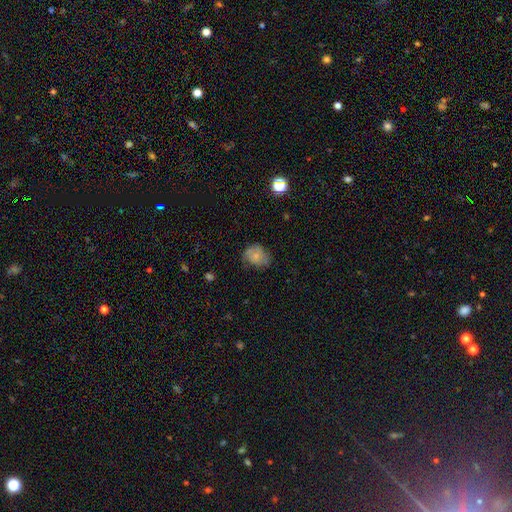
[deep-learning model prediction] This is likely a smooth galaxy (65%). How rounded: possibly in between (54%). Merging: possibly none (50%).